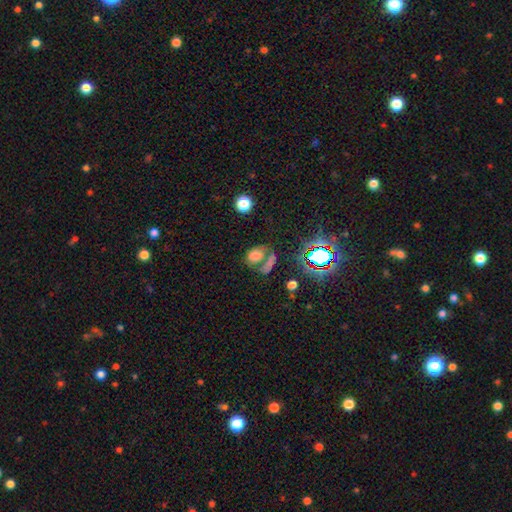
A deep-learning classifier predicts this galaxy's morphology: Smooth or featured? smooth (67%)
How rounded? in between (73%)
Merging? none (39%)